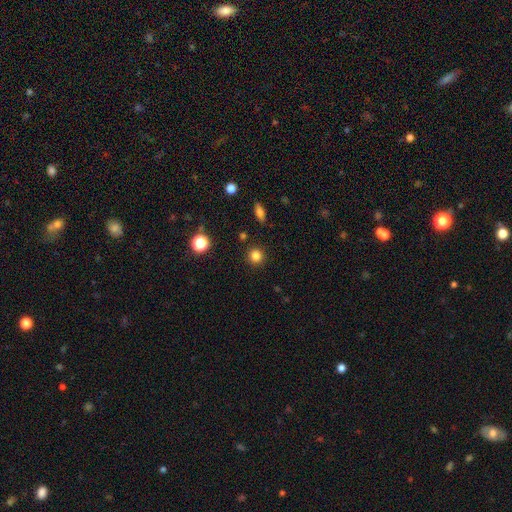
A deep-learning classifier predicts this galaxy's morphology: Overall: smooth (83%). How rounded: round (94%). Merging: none (90%).